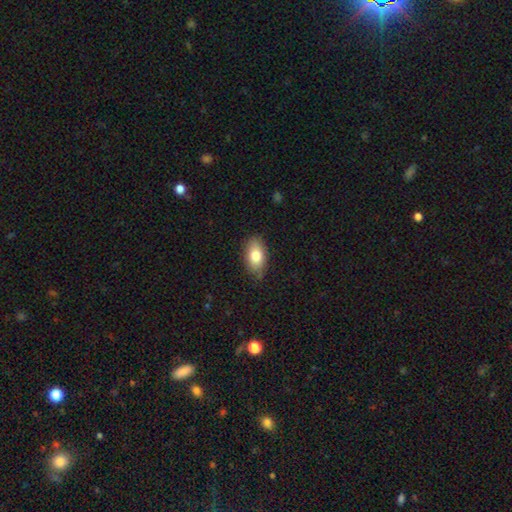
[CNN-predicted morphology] This appears to be a smooth galaxy with no disk features (79%) that is in between round and cigar-shaped (90%). Merging: none (82%).